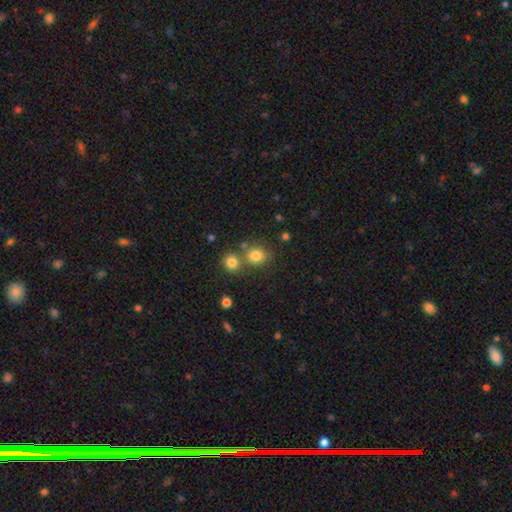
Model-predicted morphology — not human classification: Smooth or featured? Predicted: smooth (p=0.80). How rounded? Predicted: round (p=0.76). Merging? Predicted: none (p=0.61).